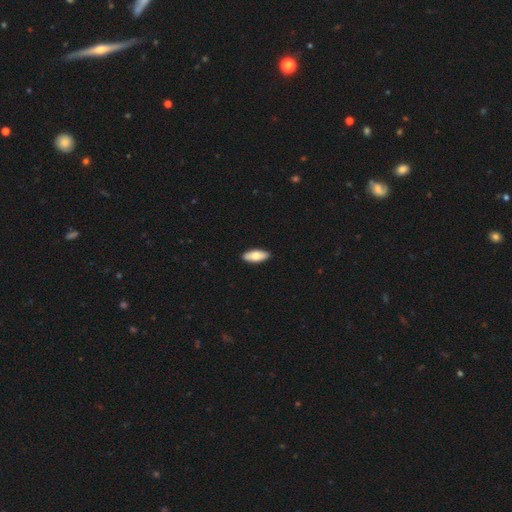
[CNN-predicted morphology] Smooth or featured: smooth — 78% (featured or disk — 17%)
How rounded: in between — 81% (cigar-shaped — 17%)
Merging: none — 90% (minor disturbance — 7%)